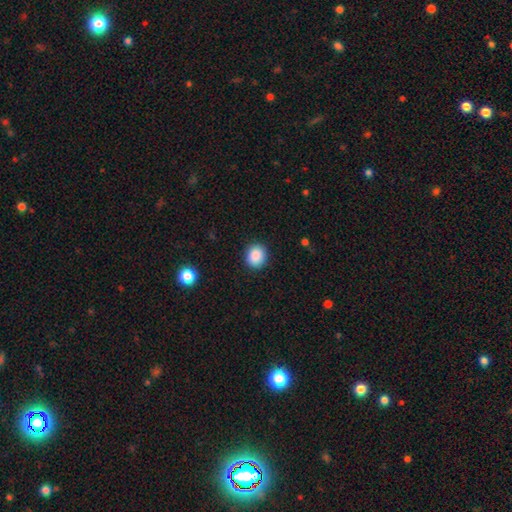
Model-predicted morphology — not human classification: Smooth or featured? Predicted: smooth (p=0.88). How rounded? Predicted: round (p=0.72). Merging? Predicted: none (p=0.90).